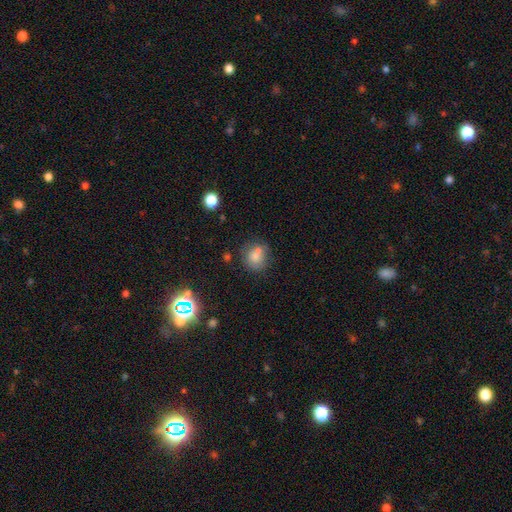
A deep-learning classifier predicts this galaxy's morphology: Smooth or featured? Predicted: smooth (p=0.73). How rounded? Predicted: round (p=0.75). Merging? Predicted: none (p=0.53).